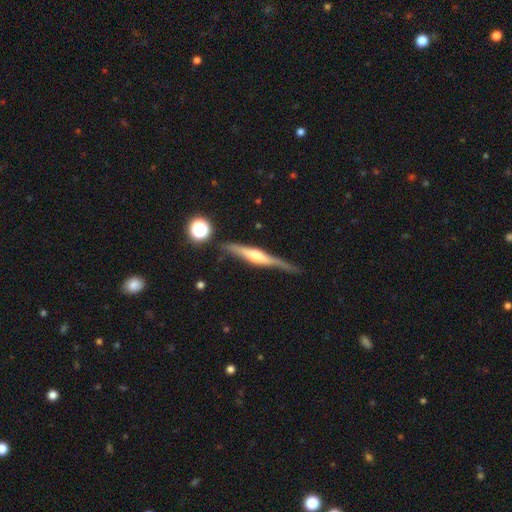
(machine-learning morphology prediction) smooth_or_featured: featured or disk (p=0.76) [alt: smooth p=0.19]
disk_edge_on: yes (p=0.96) [alt: no p=0.04]
edge_on_bulge: rounded (p=0.78) [alt: boxy p=0.16]
merging: none (p=0.73) [alt: minor disturbance p=0.19]